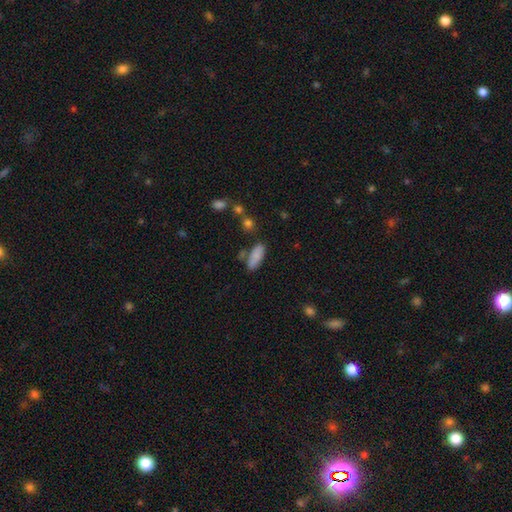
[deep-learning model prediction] A smooth galaxy with no disk features (85%) that is in between round and cigar-shaped (74%). Merging: none (69%).